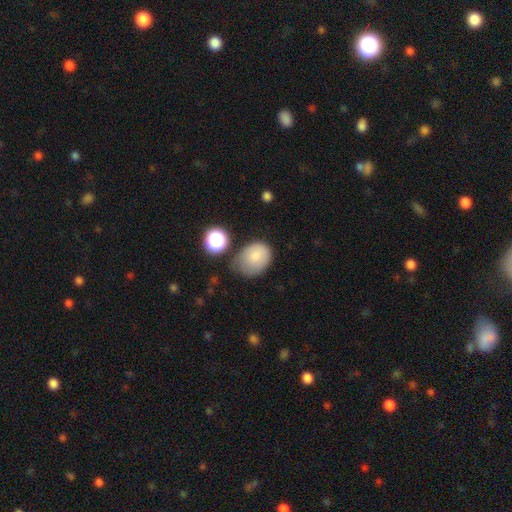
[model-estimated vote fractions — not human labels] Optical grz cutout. It shows a smooth galaxy with no disk features (79%) that is in between round and cigar-shaped (56%). Merging: none (44%).